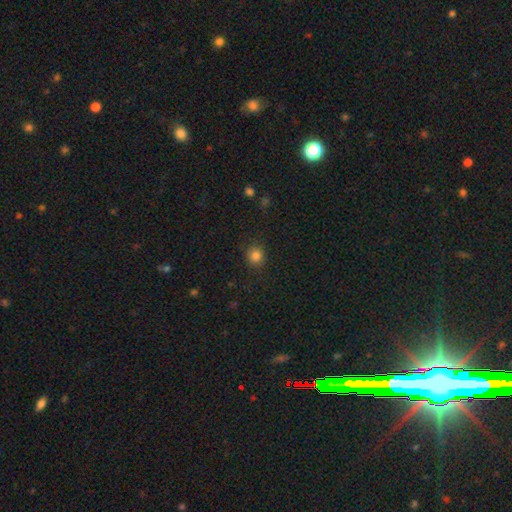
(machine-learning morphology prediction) Smooth or featured? Predicted: smooth (p=0.84). How rounded? Predicted: round (p=0.86). Merging? Predicted: none (p=0.87).